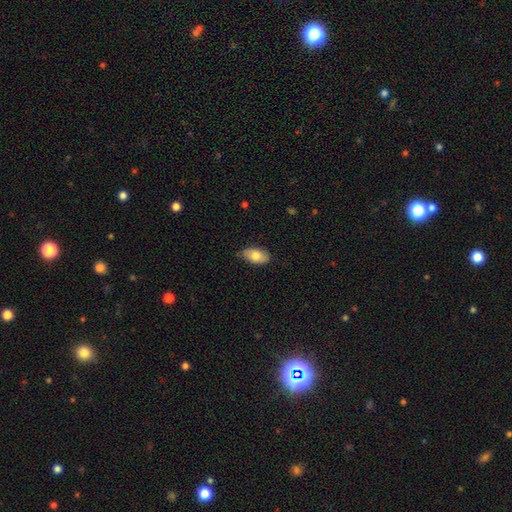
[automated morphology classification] Smooth or featured? Predicted: smooth (p=0.78). How rounded? Predicted: in between (p=0.93). Merging? Predicted: none (p=0.77).